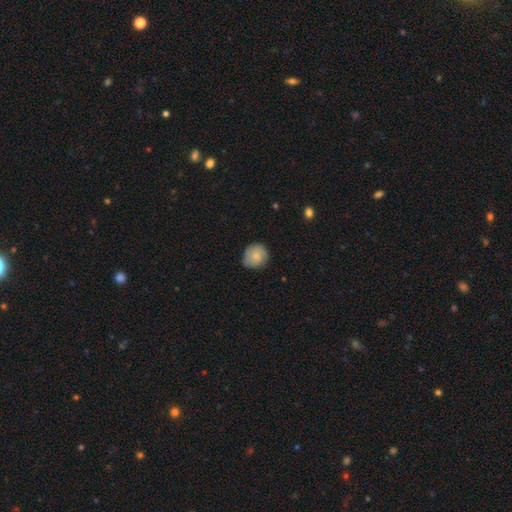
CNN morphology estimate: This is likely a smooth galaxy (73%). How rounded: clearly round (82%). Merging: likely none (76%).